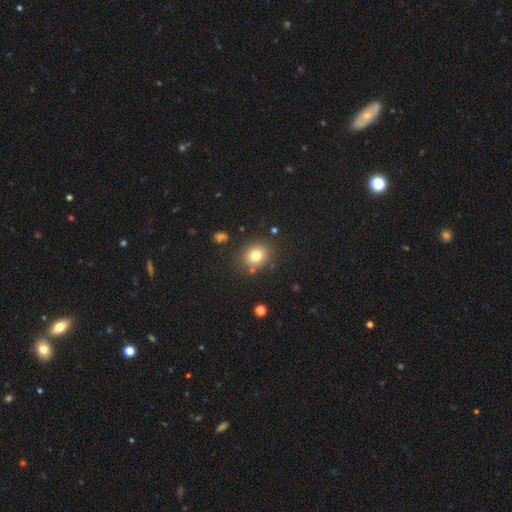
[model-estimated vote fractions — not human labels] Smooth or featured: smooth — 77% (star or artifact — 13%)
How rounded: round — 65% (in between — 34%)
Merging: none — 83% (minor disturbance — 10%)